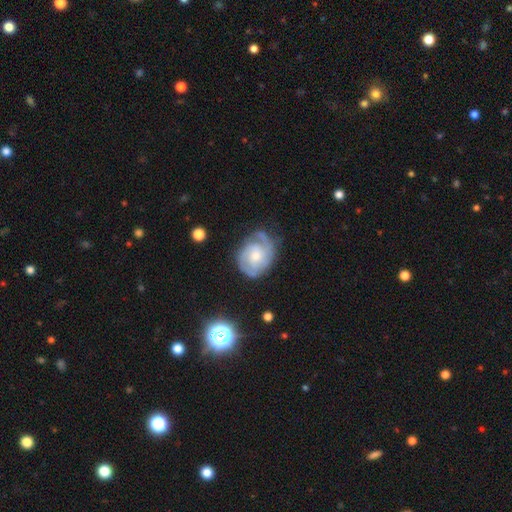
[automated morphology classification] A featured or disk galaxy (84%) with no bar (64%), 2 (42%) tight (54%) spiral arms (96%) and a moderate central bulge (49%). Merging: none (67%).